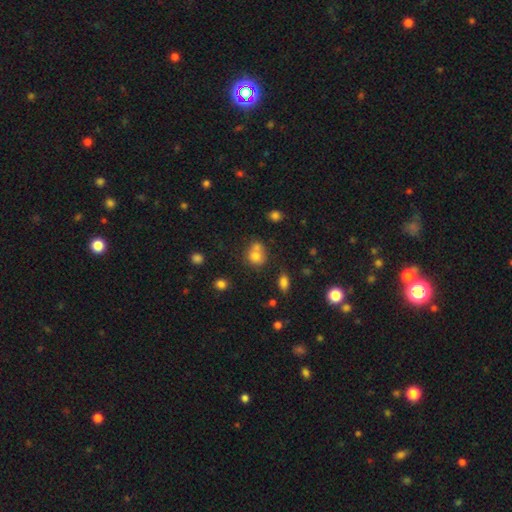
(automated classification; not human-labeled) This is likely a smooth galaxy (74%). How rounded: likely round (70%). Merging: marginally merger (44%).